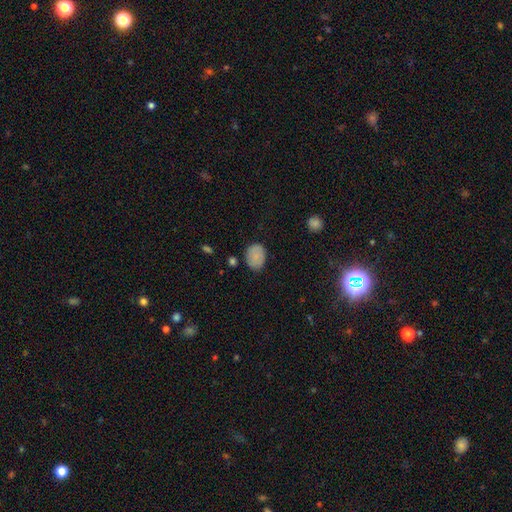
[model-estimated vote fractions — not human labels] Smooth or featured: smooth — 82% (featured or disk — 10%)
How rounded: in between — 61% (round — 38%)
Merging: none — 76% (minor disturbance — 18%)